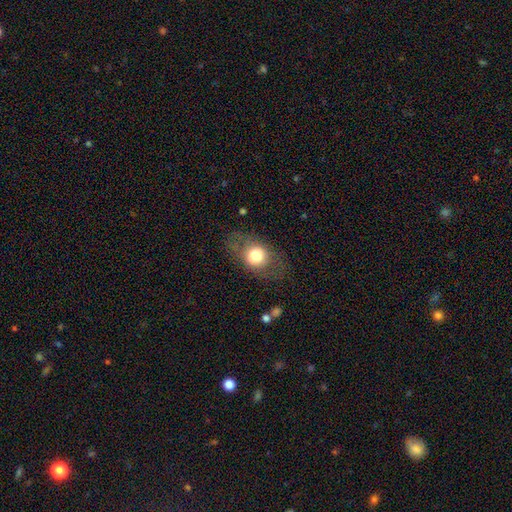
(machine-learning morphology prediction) smooth_or_featured: smooth (p=0.66) [alt: featured or disk p=0.26]
how_rounded: in between (p=0.62) [alt: round p=0.36]
merging: none (p=0.72) [alt: minor disturbance p=0.16]